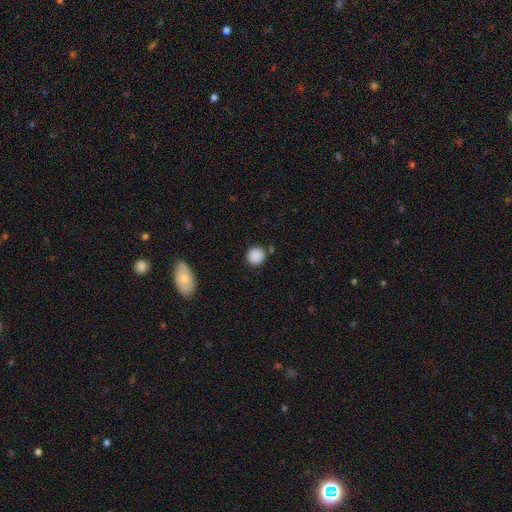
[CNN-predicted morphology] Smooth or featured? Predicted: smooth (p=0.88). How rounded? Predicted: round (p=0.91). Merging? Predicted: none (p=0.83).